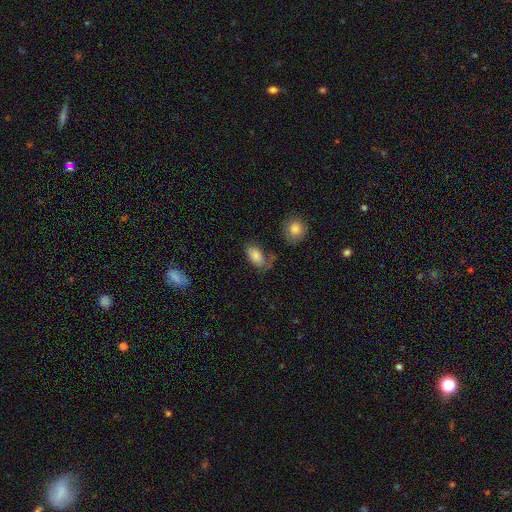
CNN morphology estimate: Q: Smooth or featured?
A: smooth (83%); runner-up: featured or disk (9%)
Q: How rounded?
A: in between (92%); runner-up: round (5%)
Q: Merging?
A: none (51%); runner-up: minor disturbance (26%)